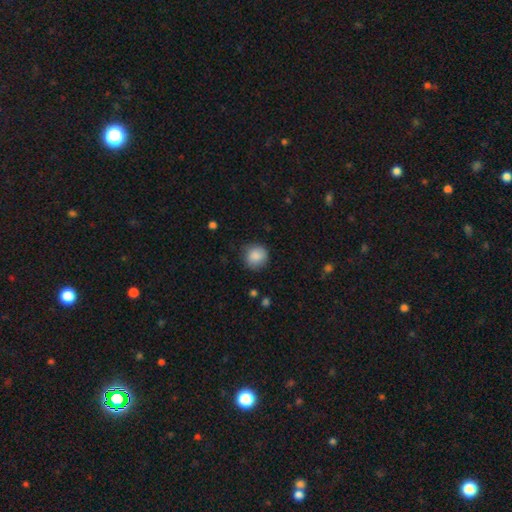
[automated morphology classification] smooth_or_featured: smooth (p=0.87) [alt: star or artifact p=0.08]
how_rounded: round (p=0.90) [alt: in between p=0.09]
merging: none (p=0.82) [alt: minor disturbance p=0.13]